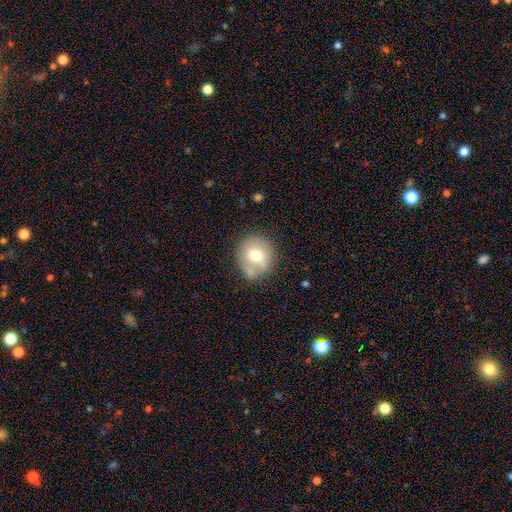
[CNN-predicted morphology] Smooth or featured? Predicted: smooth (p=0.68). How rounded? Predicted: round (p=0.83). Merging? Predicted: none (p=0.63).